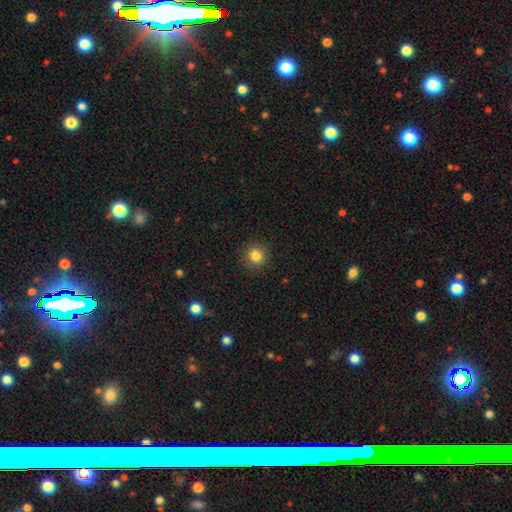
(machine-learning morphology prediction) smooth 84%, star or artifact 11%, featured or disk 5%. Down the decision tree: how rounded — round (87%); merging — none (90%).